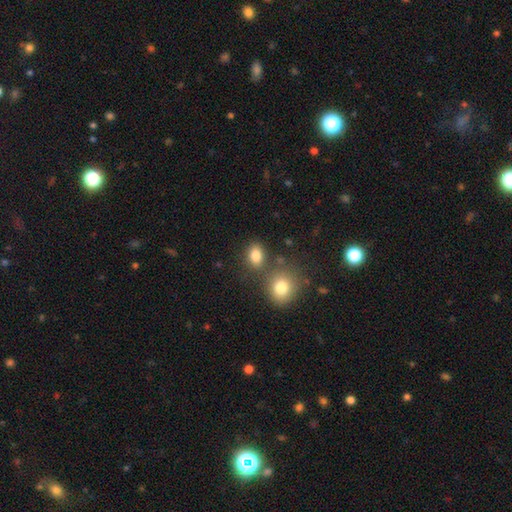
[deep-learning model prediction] Morphology: type=smooth (83%); roundness=in between (64%); merging=none (68%).